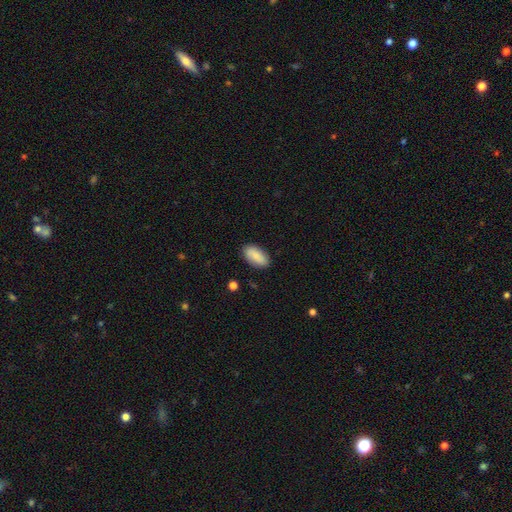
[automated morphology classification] smooth 83%, featured or disk 11%, star or artifact 6%. Down the decision tree: how rounded — in between (93%); merging — none (88%).